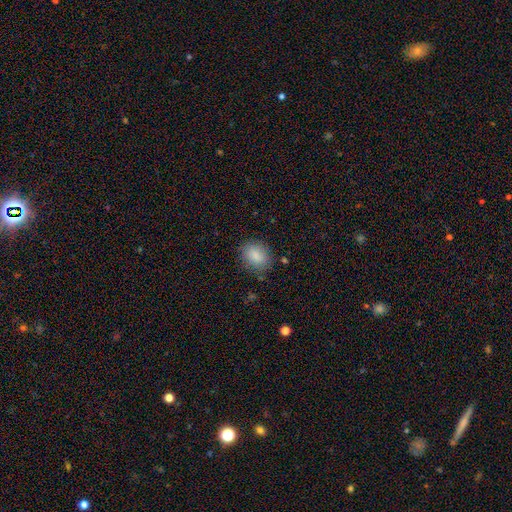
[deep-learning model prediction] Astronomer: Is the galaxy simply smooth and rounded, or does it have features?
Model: smooth — 87%.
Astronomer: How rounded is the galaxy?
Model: in between — 60% (runner-up: round, 39%).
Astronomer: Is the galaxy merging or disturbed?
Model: none — 83%.